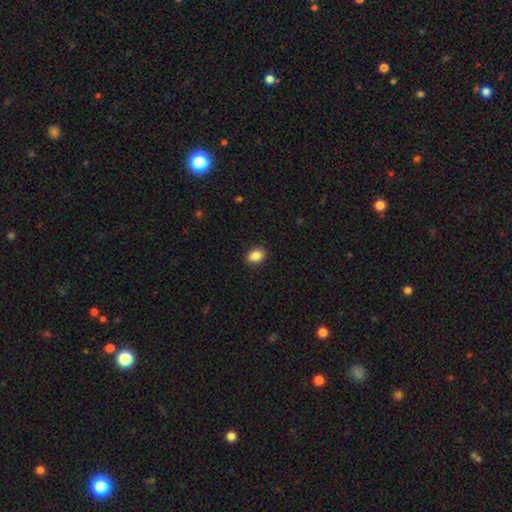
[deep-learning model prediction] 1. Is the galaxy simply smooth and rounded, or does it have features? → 88% smooth, 9% star or artifact, 4% featured or disk.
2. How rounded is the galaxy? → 66% in between, 33% round, 1% cigar-shaped.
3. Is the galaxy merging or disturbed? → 91% none, 7% minor disturbance, 2% major disturbance, 1% merger.